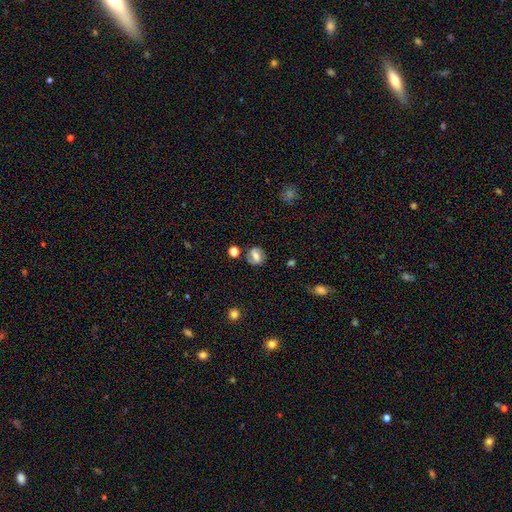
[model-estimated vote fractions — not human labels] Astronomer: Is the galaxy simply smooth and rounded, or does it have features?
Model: featured or disk — 52% (runner-up: smooth, 39%).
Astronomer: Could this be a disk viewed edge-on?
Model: no — 95%.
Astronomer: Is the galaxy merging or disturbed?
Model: none — 76%.